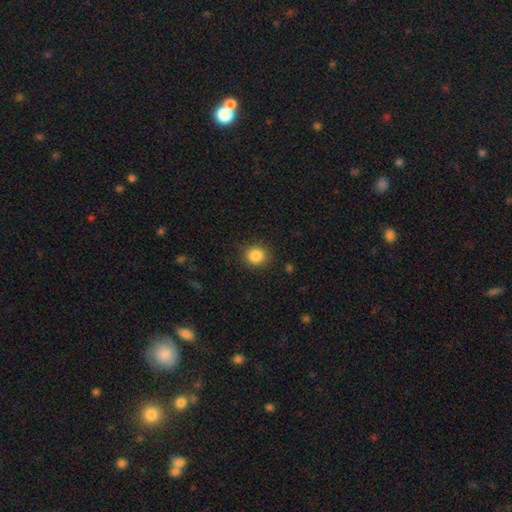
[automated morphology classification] A smooth galaxy with no disk features (86%) that is round (86%). Merging: none (88%).